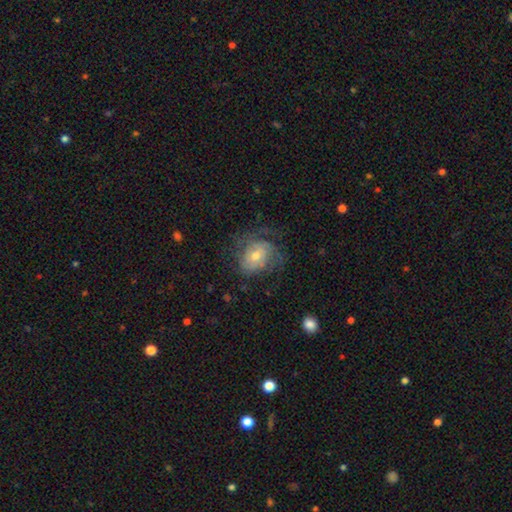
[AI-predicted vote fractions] Smooth or featured: featured or disk — 69% (smooth — 23%)
Edge-on disk: no — 97% (yes — 3%)
Bar: no — 68% (weak — 27%)
Spiral arms: yes — 85% (no — 15%)
Spiral winding: tight — 46% (medium — 36%)
Spiral arm count: can't tell — 42% (2 — 22%)
Bulge size: moderate — 60% (small — 34%)
Merging: none — 56% (minor disturbance — 22%)